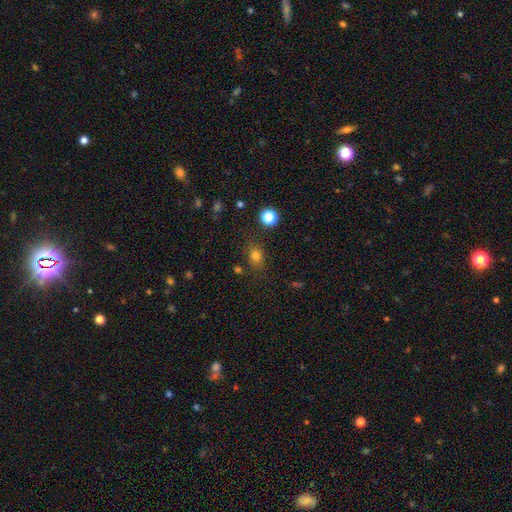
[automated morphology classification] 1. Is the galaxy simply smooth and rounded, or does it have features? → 78% smooth, 15% star or artifact, 7% featured or disk.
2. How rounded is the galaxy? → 53% in between, 46% round, 2% cigar-shaped.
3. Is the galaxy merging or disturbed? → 77% none, 14% minor disturbance, 5% major disturbance, 4% merger.